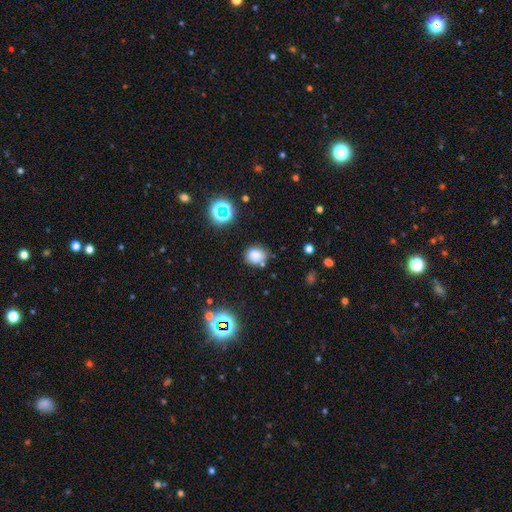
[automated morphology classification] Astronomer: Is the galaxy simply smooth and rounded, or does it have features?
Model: smooth — 77%.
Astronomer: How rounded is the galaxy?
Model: round — 70%.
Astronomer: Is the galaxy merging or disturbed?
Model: none — 73%.